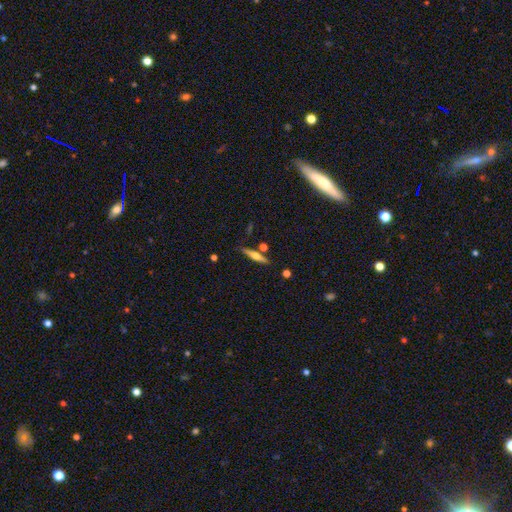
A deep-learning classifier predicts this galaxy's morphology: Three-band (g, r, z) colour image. It shows a featured or disk galaxy (55%) viewed edge-on (95%) with a rounded central bulge (86%). Merging: none (79%).